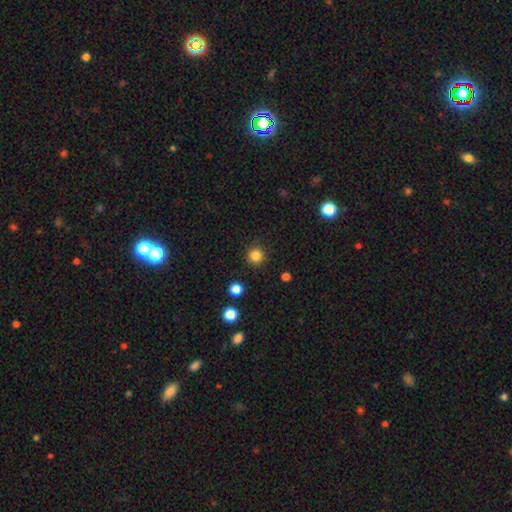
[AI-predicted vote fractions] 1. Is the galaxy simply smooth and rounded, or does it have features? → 84% smooth, 12% star or artifact, 5% featured or disk.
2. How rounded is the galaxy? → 95% round, 4% in between, 1% cigar-shaped.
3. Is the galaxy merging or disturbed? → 91% none, 6% minor disturbance, 2% major disturbance, 1% merger.